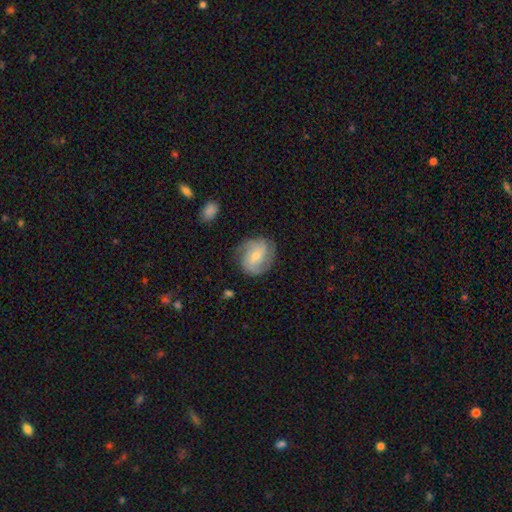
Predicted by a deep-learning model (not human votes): featured or disk 68%, smooth 25%, star or artifact 7%. Down the decision tree: edge-on disk — no (97%); bar — weak (43%); spiral arms — yes (89%); spiral arm count — 2 (63%); spiral winding — medium (41%); bulge size — moderate (48%, tied with small); merging — none (77%).